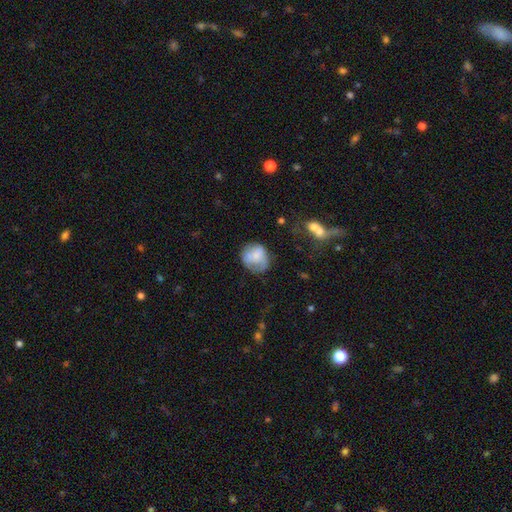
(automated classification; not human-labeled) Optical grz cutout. It shows a smooth galaxy with no disk features (61%) that is round (72%). Merging: none (53%).